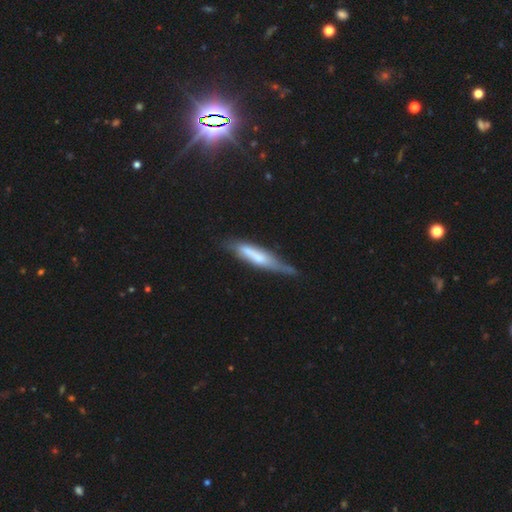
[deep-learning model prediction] A smooth galaxy with no disk features (49%). Merging: none (47%).